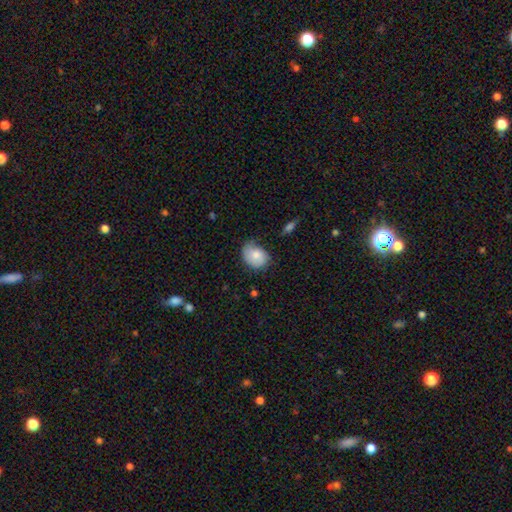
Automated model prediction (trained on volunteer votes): smooth-or-featured: smooth: 78% | featured or disk: 15% | star or artifact: 7%
  how-rounded: in between: 66% | round: 33% | cigar-shaped: 1%
  merging: none: 57% | minor disturbance: 33% | major disturbance: 8% | merger: 2%